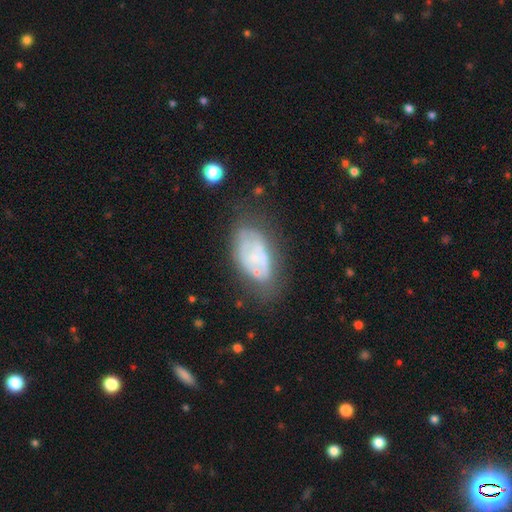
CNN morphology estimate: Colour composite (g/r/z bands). It shows a featured or disk galaxy (58%) with no bar (84%), no spiral arms (72%) and a small central bulge (41%). Merging: none (47%).